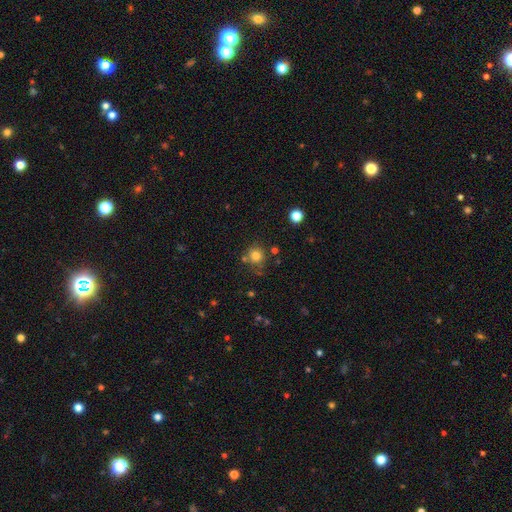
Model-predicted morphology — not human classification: This appears to be a smooth galaxy with no disk features (80%) that is round (91%). Merging: none (74%).